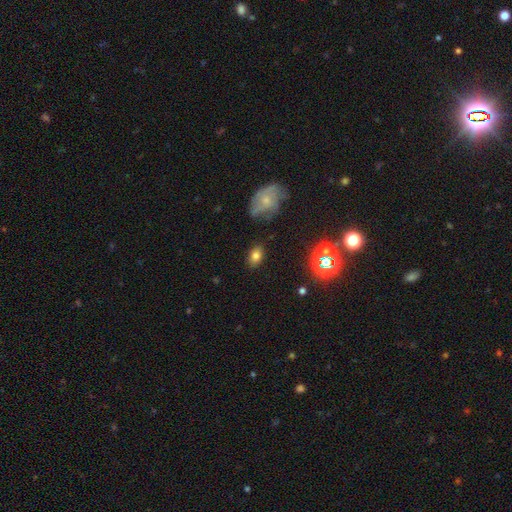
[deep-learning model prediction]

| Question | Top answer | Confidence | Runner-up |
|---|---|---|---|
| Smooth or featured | smooth | 75% | star or artifact (14%) |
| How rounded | in between | 81% | round (17%) |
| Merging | none | 82% | minor disturbance (12%) |